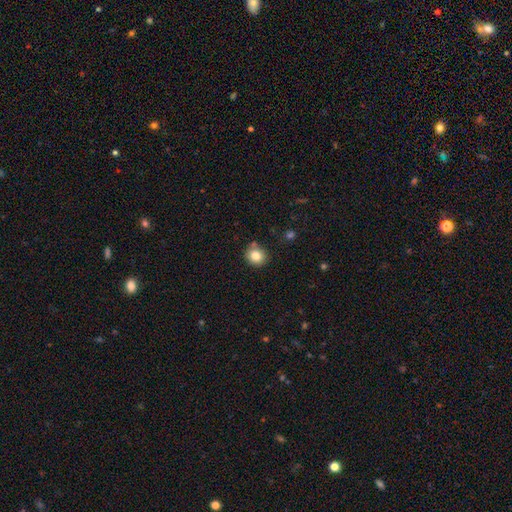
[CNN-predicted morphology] Smooth or featured: smooth — 82% (star or artifact — 11%)
How rounded: round — 86% (in between — 13%)
Merging: none — 82% (minor disturbance — 10%)